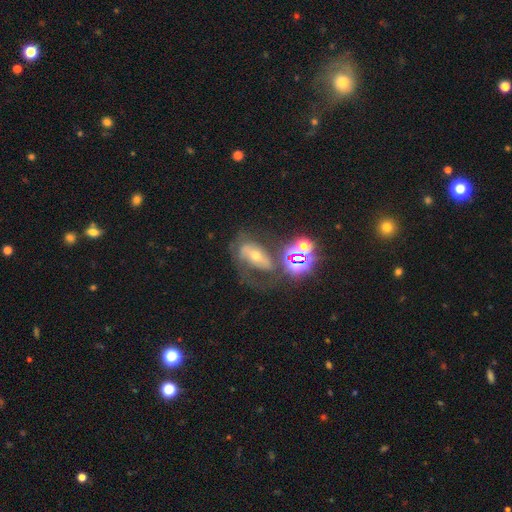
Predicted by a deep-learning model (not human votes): Overall: featured or disk (52%; smooth 26%). Edge-on disk: no (89%). Merging: none (40%; major disturbance 29%).